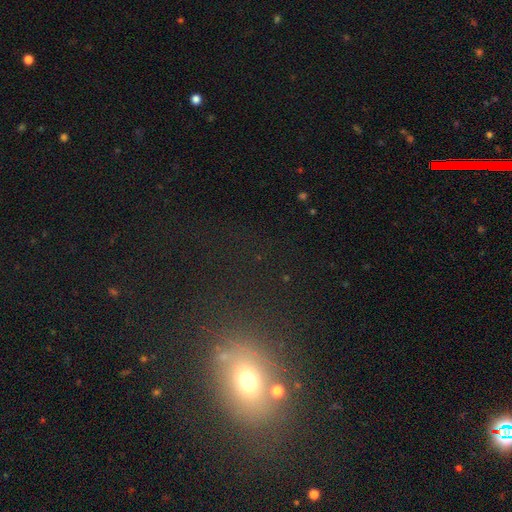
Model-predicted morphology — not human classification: Smooth or featured?
  - smooth: 48% *
  - star or artifact: 37%
  - featured or disk: 15%
Merging?
  - none: 70% *
  - minor disturbance: 14%
  - major disturbance: 9%
  - merger: 8%